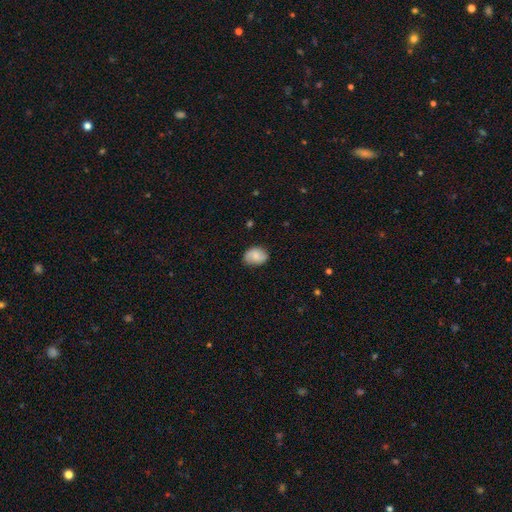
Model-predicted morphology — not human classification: The model was most divided on "how rounded": in between: 71%, round: 27%, cigar-shaped: 1%. More confident: merging — none (78%); smooth or featured — smooth (70%).